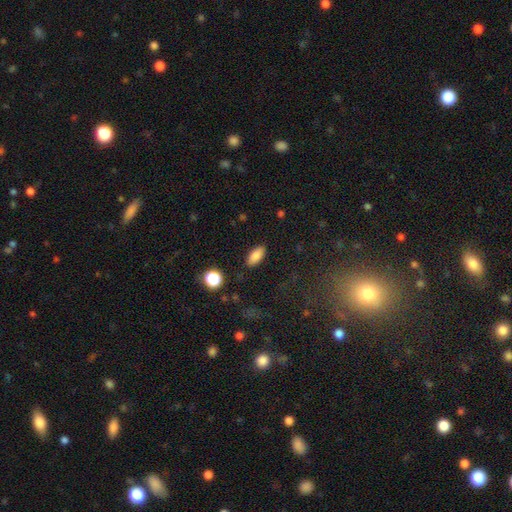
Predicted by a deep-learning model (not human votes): Morphology: type=smooth (86%); roundness=in between (87%); merging=none (87%).